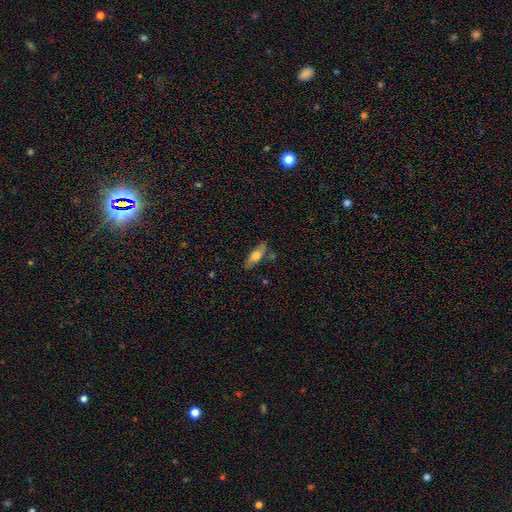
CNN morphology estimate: This appears to be a smooth galaxy with no disk features (62%) that is in between round and cigar-shaped (59%). Merging: none (76%).